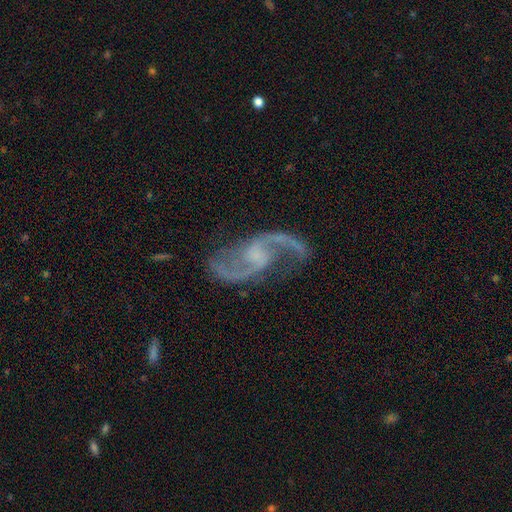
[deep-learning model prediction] smooth_or_featured: featured or disk (p=0.93) [alt: star or artifact p=0.05]
disk_edge_on: no (p=0.98) [alt: yes p=0.02]
bar: weak (p=0.47) [alt: no p=0.42]
has_spiral_arms: yes (p=0.98) [alt: no p=0.02]
spiral_winding: loose (p=0.58) [alt: medium p=0.36]
spiral_arm_count: 2 (p=0.94) [alt: can't tell p=0.01]
bulge_size: none (p=0.40) [alt: small p=0.37]
merging: none (p=0.75) [alt: minor disturbance p=0.14]